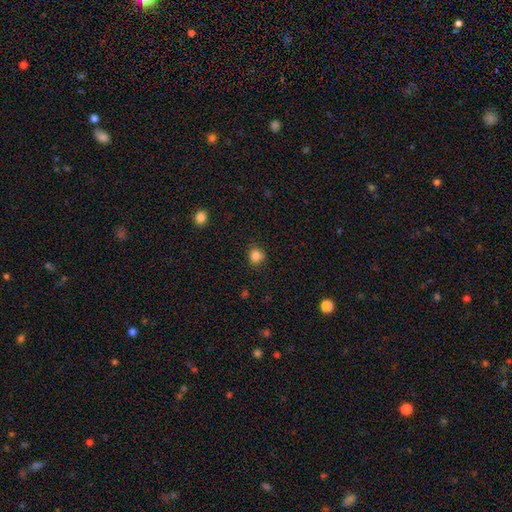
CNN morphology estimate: Smooth or featured? smooth (83%)
How rounded? round (81%)
Merging? none (78%)